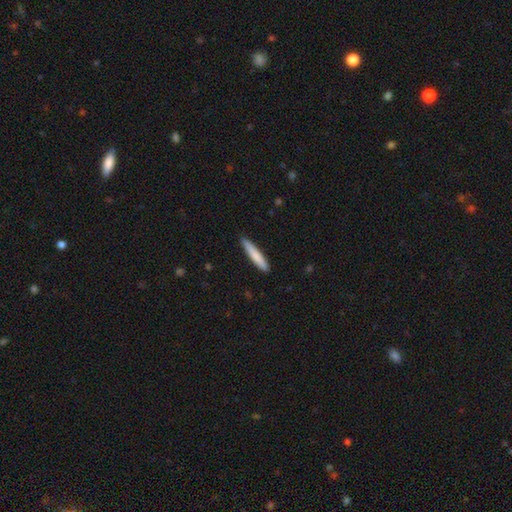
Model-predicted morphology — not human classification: The model was most divided on "smooth or featured": smooth: 80%, featured or disk: 15%, star or artifact: 5%. More confident: how rounded — cigar-shaped (93%); merging — none (89%).